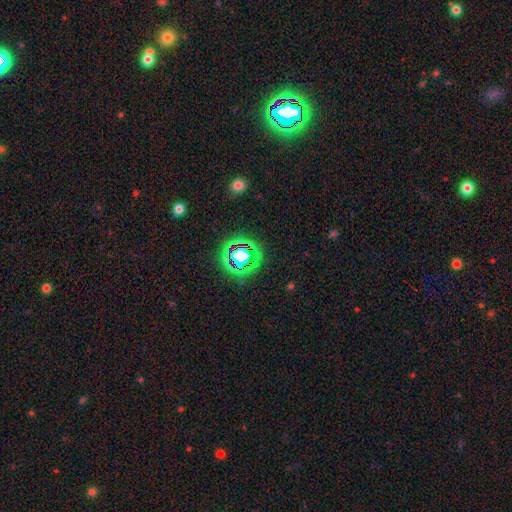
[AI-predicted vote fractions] This is likely a star or artifact rather than a galaxy (76%).